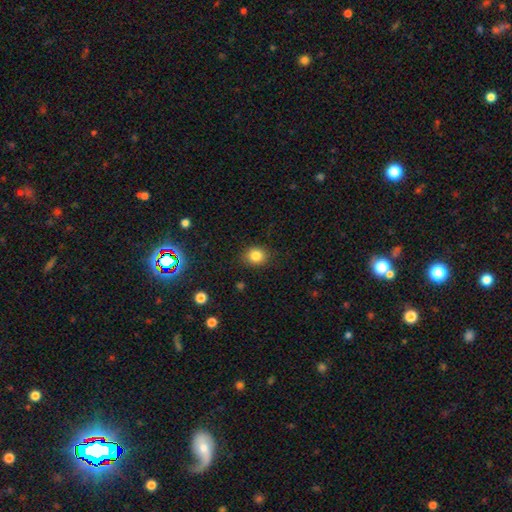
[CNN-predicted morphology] smooth 82%, star or artifact 12%, featured or disk 6%. Down the decision tree: how rounded — round (71%); merging — none (87%).